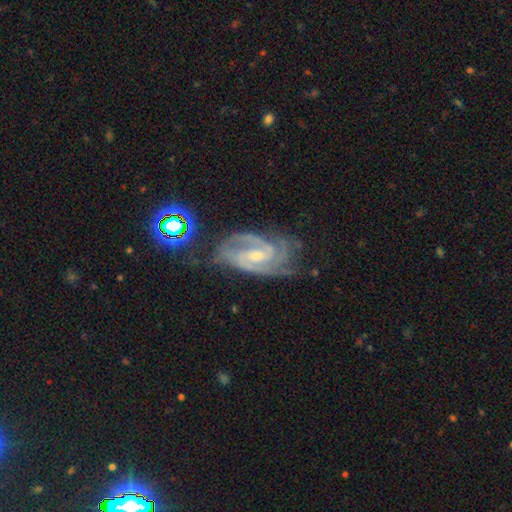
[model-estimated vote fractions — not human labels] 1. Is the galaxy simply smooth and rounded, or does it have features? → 90% featured or disk, 6% star or artifact, 4% smooth.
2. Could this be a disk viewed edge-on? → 97% no, 3% yes.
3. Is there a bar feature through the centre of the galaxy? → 53% weak, 27% no, 20% strong.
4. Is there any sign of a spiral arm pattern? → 98% yes, 2% no.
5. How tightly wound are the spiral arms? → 50% tight, 44% medium, 7% loose.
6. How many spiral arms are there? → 50% 2, 26% 3, 10% can't tell, 6% 4, 4% 1, 4% more than 4.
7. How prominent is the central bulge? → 54% small, 38% moderate, 6% none, 2% large, 1% dominant.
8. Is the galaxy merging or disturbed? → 66% none, 22% minor disturbance, 9% major disturbance, 3% merger.